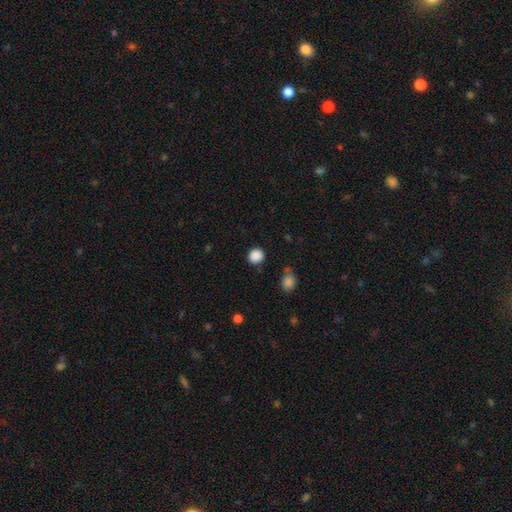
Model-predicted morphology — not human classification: This appears to be a smooth galaxy with no disk features (87%) that is round (83%). Merging: none (85%).